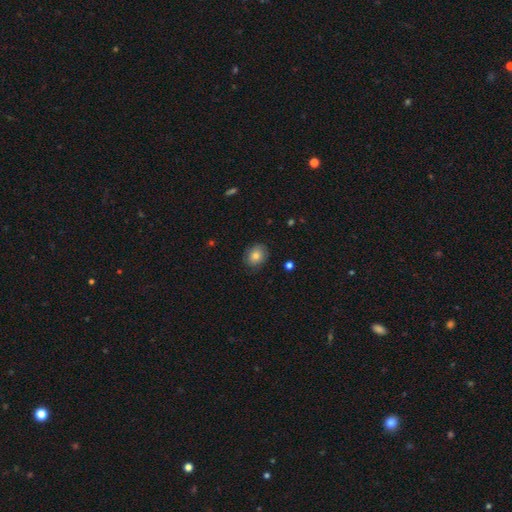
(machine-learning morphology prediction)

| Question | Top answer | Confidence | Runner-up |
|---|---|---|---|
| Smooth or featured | smooth | 80% | featured or disk (11%) |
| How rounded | round | 59% | in between (40%) |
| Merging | none | 84% | minor disturbance (12%) |